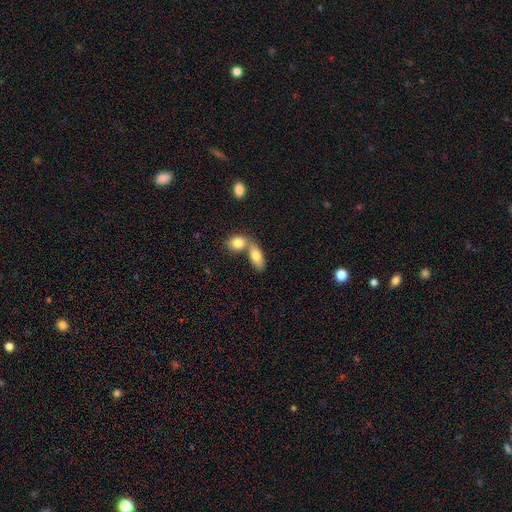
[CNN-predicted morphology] smooth-or-featured: smooth: 79% | featured or disk: 14% | star or artifact: 7%
  how-rounded: in between: 84% | cigar-shaped: 8% | round: 8%
  merging: merger: 59% | none: 31% | minor disturbance: 7% | major disturbance: 3%